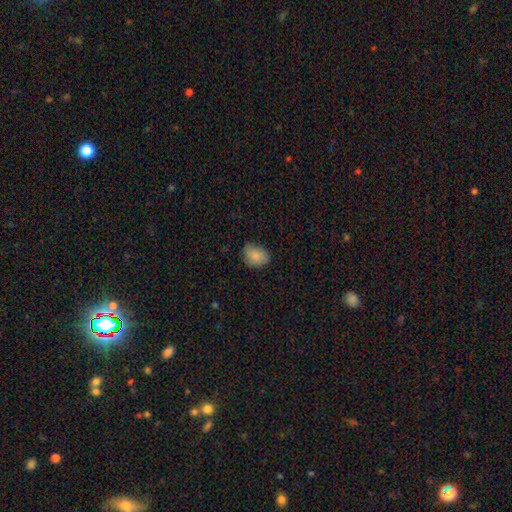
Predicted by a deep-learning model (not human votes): The model was most divided on "how rounded": in between: 60%, round: 39%, cigar-shaped: 1%. More confident: smooth or featured — smooth (87%); merging — none (71%).